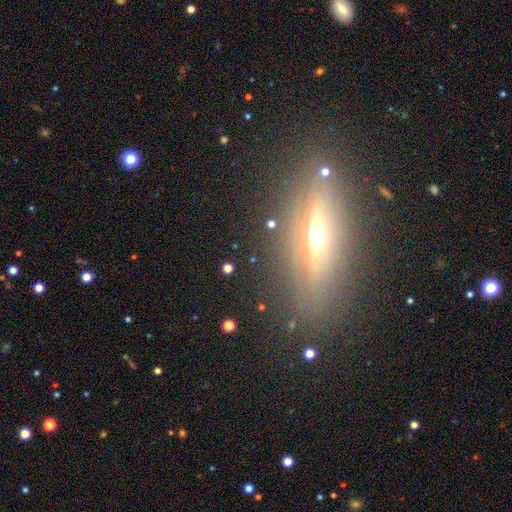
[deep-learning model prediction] This is likely a featured or disk galaxy (60%). It is clearly viewed edge-on (83%). Merging: clearly none (83%).